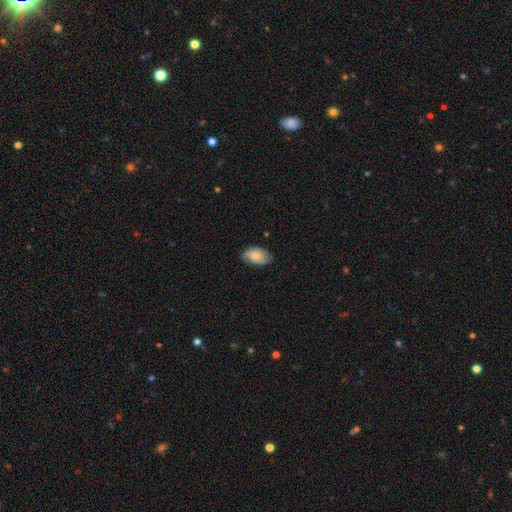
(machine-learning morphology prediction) Q: Smooth or featured?
A: smooth (76%); runner-up: featured or disk (17%)
Q: How rounded?
A: in between (93%); runner-up: round (6%)
Q: Merging?
A: none (70%); runner-up: minor disturbance (25%)